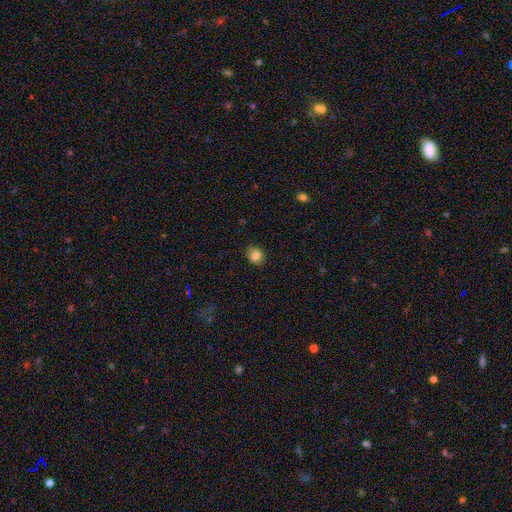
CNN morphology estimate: smooth_or_featured: smooth (p=0.82) [alt: star or artifact p=0.10]
how_rounded: round (p=0.66) [alt: in between p=0.33]
merging: none (p=0.82) [alt: minor disturbance p=0.14]